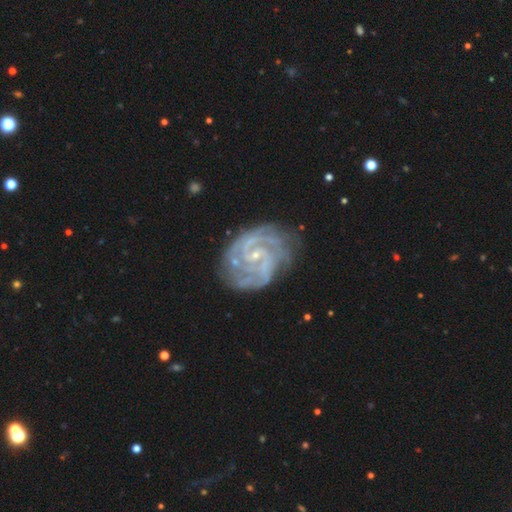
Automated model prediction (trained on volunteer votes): Q: Smooth or featured?
A: featured or disk (90%); runner-up: star or artifact (6%)
Q: Edge-on disk?
A: no (98%); runner-up: yes (2%)
Q: Bar?
A: no (48%); runner-up: weak (39%)
Q: Spiral arms?
A: yes (98%); runner-up: no (2%)
Q: Spiral winding?
A: tight (66%); runner-up: medium (29%)
Q: Spiral arm count?
A: 2 (34%); runner-up: 3 (21%)
Q: Bulge size?
A: small (82%); runner-up: moderate (12%)
Q: Merging?
A: none (73%); runner-up: minor disturbance (18%)